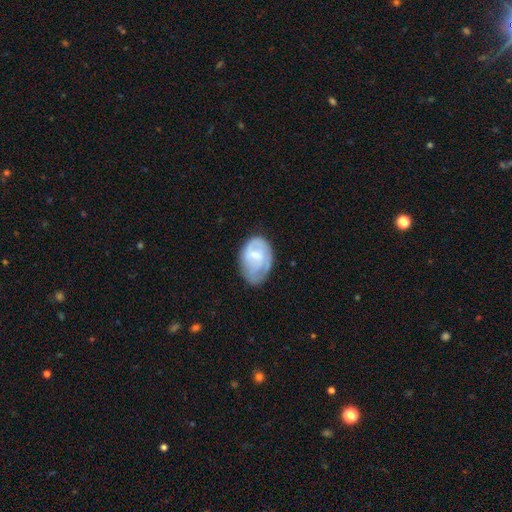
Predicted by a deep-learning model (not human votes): Morphology: type=featured or disk (49%); merging=none (47%).